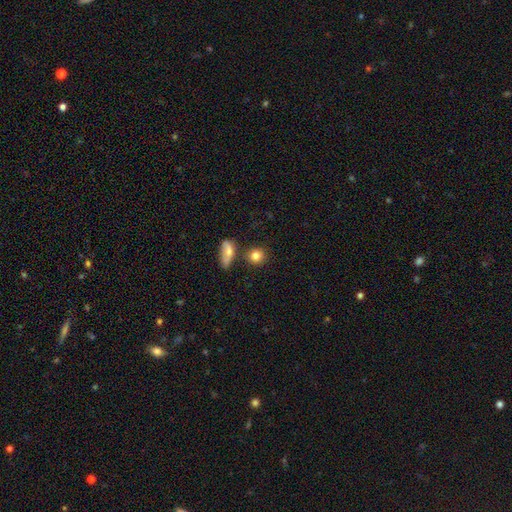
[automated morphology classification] This appears to be a smooth galaxy with no disk features (82%) that is round (85%). Merging: none (77%).